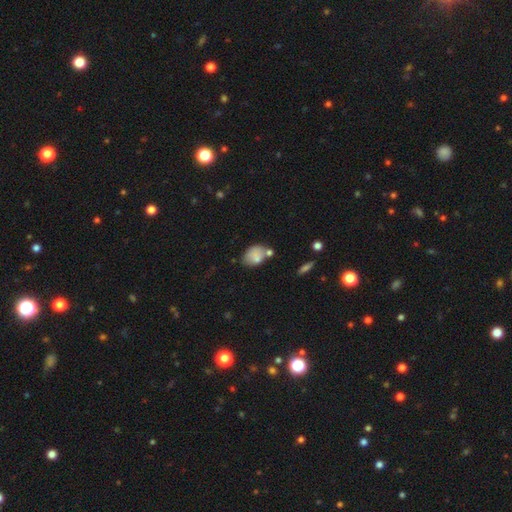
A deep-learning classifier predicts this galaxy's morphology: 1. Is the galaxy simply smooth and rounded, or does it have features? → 78% smooth, 13% featured or disk, 9% star or artifact.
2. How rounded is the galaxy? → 75% in between, 23% round, 1% cigar-shaped.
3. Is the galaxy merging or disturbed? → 50% none, 24% minor disturbance, 19% merger, 7% major disturbance.